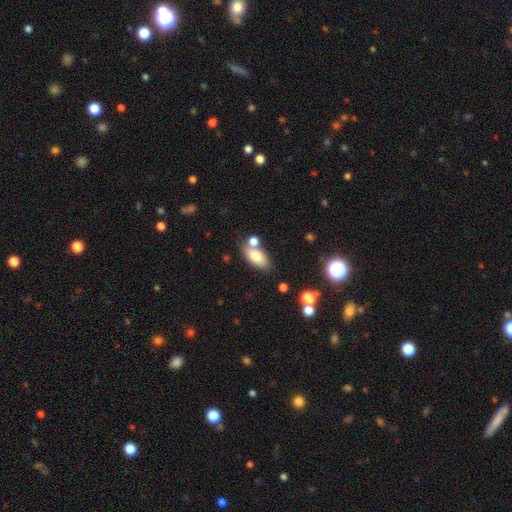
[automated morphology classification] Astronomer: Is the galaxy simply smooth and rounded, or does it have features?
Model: smooth — 77%.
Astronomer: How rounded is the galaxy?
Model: in between — 89%.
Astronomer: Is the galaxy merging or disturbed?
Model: none — 61%.